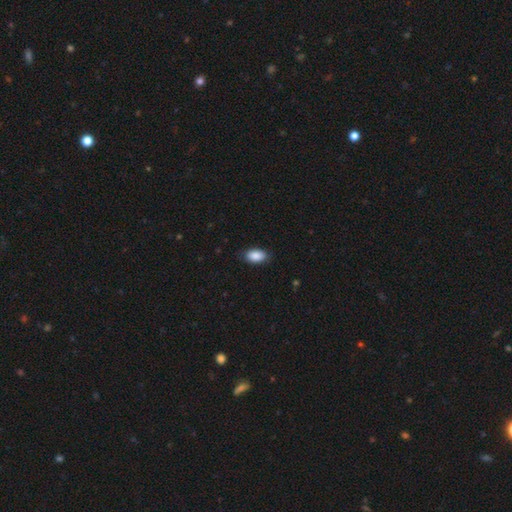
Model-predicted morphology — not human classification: Smooth or featured? Predicted: smooth (p=0.89). How rounded? Predicted: in between (p=0.93). Merging? Predicted: none (p=0.84).